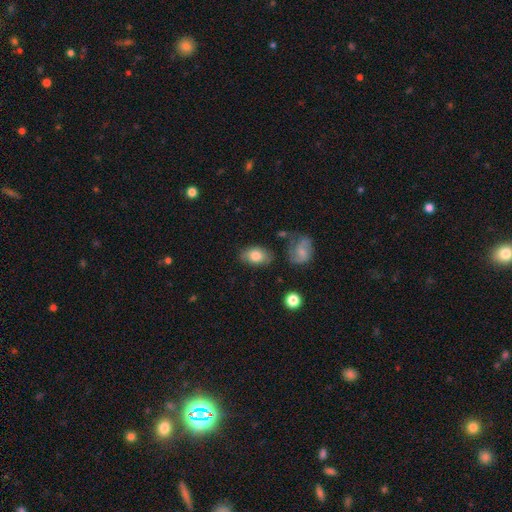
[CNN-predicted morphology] Overall: smooth (77%). How rounded: in between (84%). Merging: none (70%).